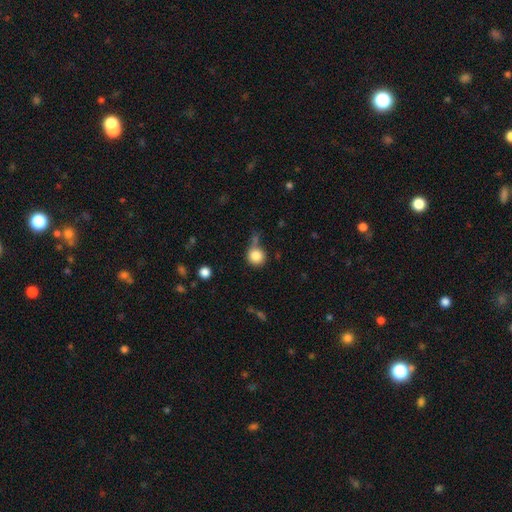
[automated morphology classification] Smooth or featured? smooth (83%)
How rounded? round (91%)
Merging? none (60%)